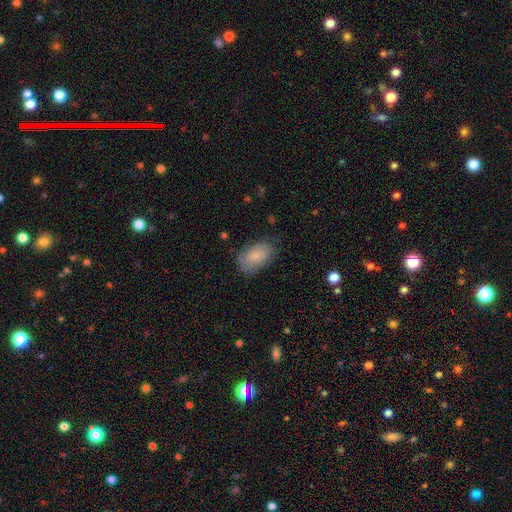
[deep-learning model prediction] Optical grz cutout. It shows a smooth galaxy with no disk features (74%) that is in between round and cigar-shaped (90%). Merging: none (66%).